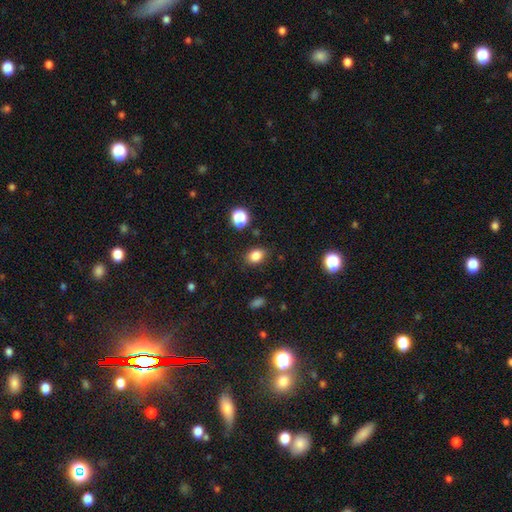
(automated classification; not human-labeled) smooth 83%, star or artifact 12%, featured or disk 5%. Down the decision tree: how rounded — in between (68%); merging — none (84%).